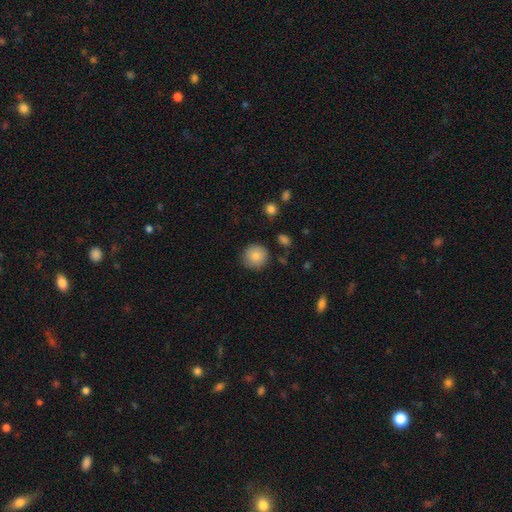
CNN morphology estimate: A smooth galaxy with no disk features (85%) that is round (93%).

Vote fractions:
- Smooth or featured? smooth: 85% / star or artifact: 8% / featured or disk: 7%
- How rounded? round: 93% / in between: 6% / cigar-shaped: 1%
- Merging? none: 86% / minor disturbance: 10% / major disturbance: 3% / merger: 2%